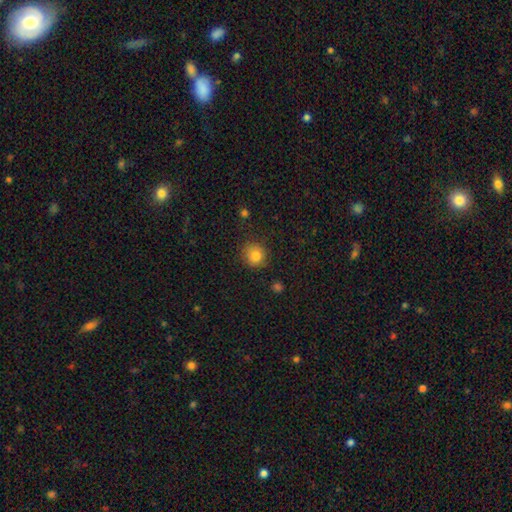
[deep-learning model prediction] This appears to be a smooth galaxy with no disk features (83%) that is round (88%). Merging: none (84%).